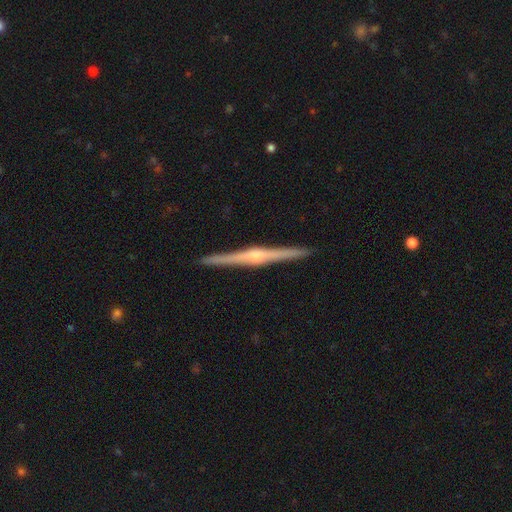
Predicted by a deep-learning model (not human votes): featured or disk 85%, smooth 10%, star or artifact 5%. Down the decision tree: edge-on disk — yes (99%); edge-on bulge — rounded (80%); merging — none (93%).